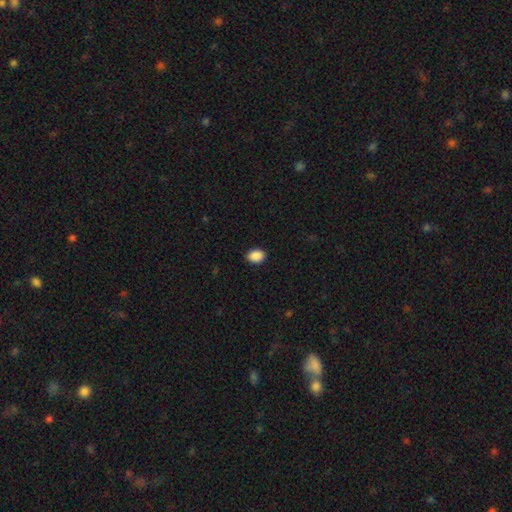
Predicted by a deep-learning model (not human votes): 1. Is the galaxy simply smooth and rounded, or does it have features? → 90% smooth, 8% star or artifact, 2% featured or disk.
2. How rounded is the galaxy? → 71% in between, 28% round, 1% cigar-shaped.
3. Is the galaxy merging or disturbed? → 90% none, 7% minor disturbance, 2% major disturbance, 1% merger.